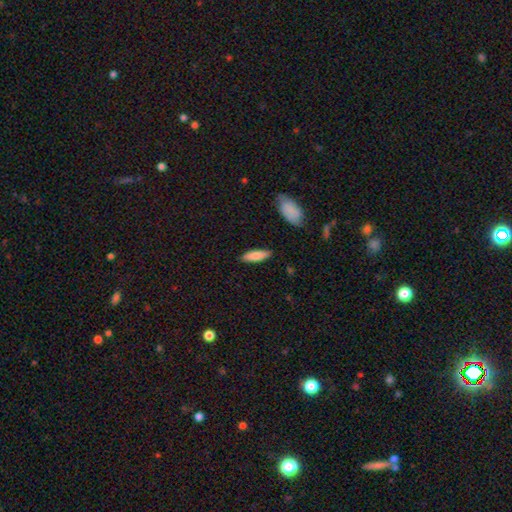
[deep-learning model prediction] smooth-or-featured: smooth: 82% | featured or disk: 12% | star or artifact: 6%
  how-rounded: cigar-shaped: 52% | in between: 47% | round: 2%
  merging: none: 86% | minor disturbance: 10% | major disturbance: 2% | merger: 2%